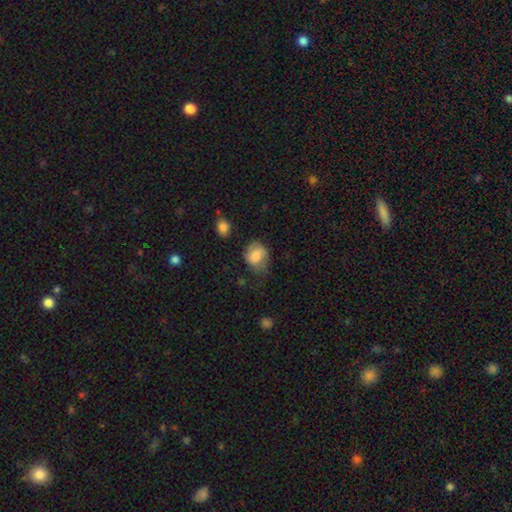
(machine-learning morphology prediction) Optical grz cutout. It shows a smooth galaxy with no disk features (74%) that is round (51%). Merging: none (46%).